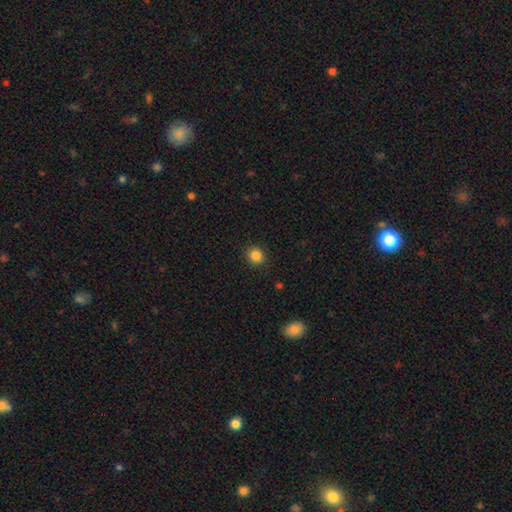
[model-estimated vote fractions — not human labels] smooth 85%, star or artifact 11%, featured or disk 4%. Down the decision tree: how rounded — round (87%); merging — none (91%).